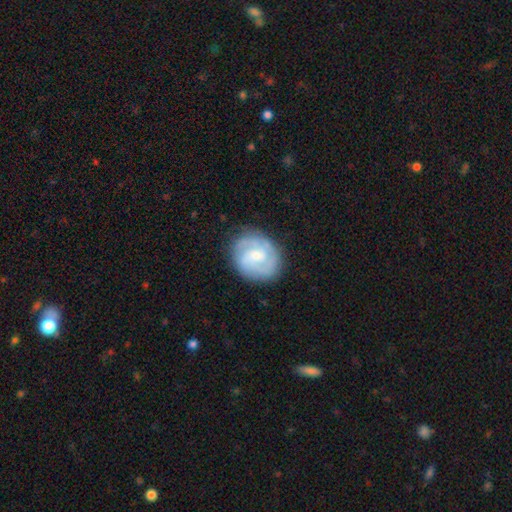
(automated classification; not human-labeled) A featured or disk galaxy (76%) with a weak bar (49%), 2 (40%) tight (52%) spiral arms (94%) and a small central bulge (48%). Merging: none (81%).